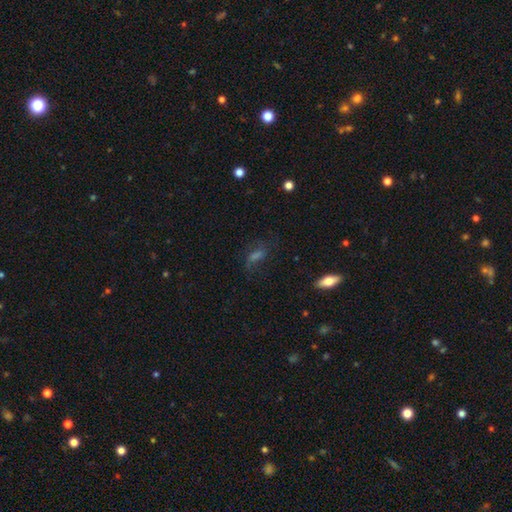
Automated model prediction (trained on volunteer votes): smooth-or-featured: featured or disk: 41% | smooth: 34% | star or artifact: 25%
  merging: none: 65% | minor disturbance: 19% | major disturbance: 14% | merger: 2%